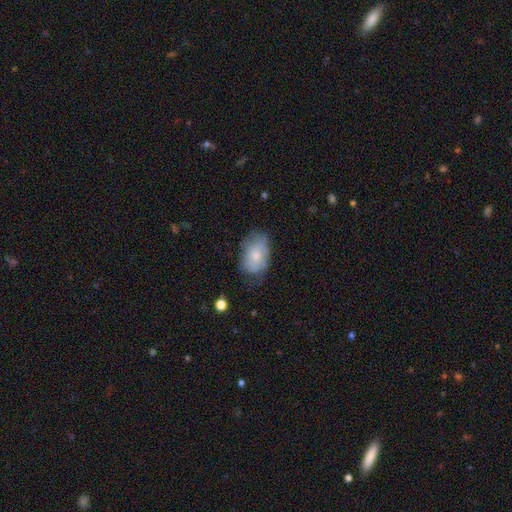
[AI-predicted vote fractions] smooth 69%, featured or disk 24%, star or artifact 7%. Down the decision tree: how rounded — in between (87%); merging — none (58%).